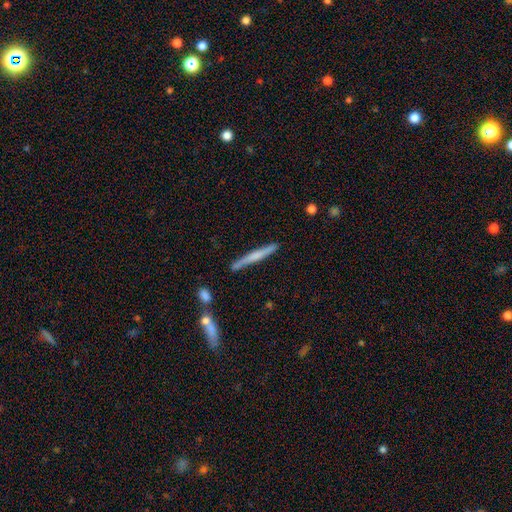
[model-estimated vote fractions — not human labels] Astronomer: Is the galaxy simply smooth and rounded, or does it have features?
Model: featured or disk — 51% (runner-up: smooth, 44%).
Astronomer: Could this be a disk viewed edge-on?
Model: yes — 96%.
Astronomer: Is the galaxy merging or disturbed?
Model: none — 83%.